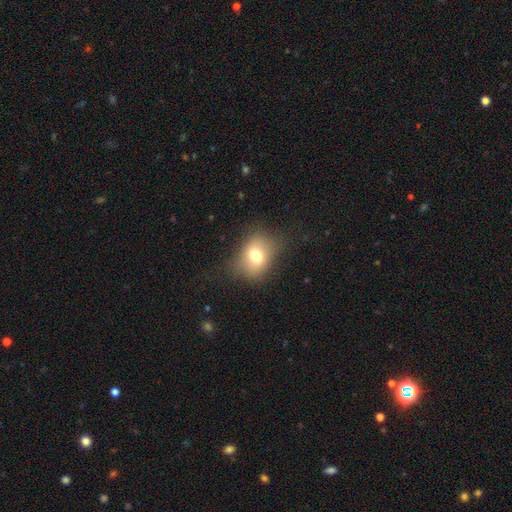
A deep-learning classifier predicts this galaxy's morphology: Smooth or featured?
  - smooth: 70% *
  - featured or disk: 18%
  - star or artifact: 11%
How rounded?
  - in between: 61% *
  - round: 38%
  - cigar-shaped: 1%
Merging?
  - none: 71% *
  - minor disturbance: 19%
  - major disturbance: 8%
  - merger: 1%